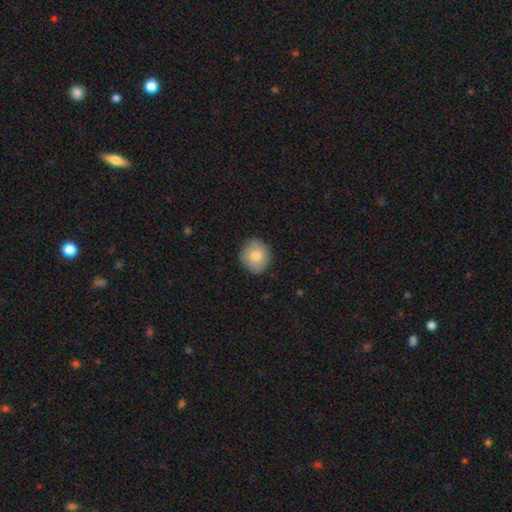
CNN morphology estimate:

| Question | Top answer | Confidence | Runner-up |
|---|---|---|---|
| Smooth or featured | smooth | 78% | featured or disk (14%) |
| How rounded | round | 82% | in between (17%) |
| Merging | none | 87% | minor disturbance (10%) |